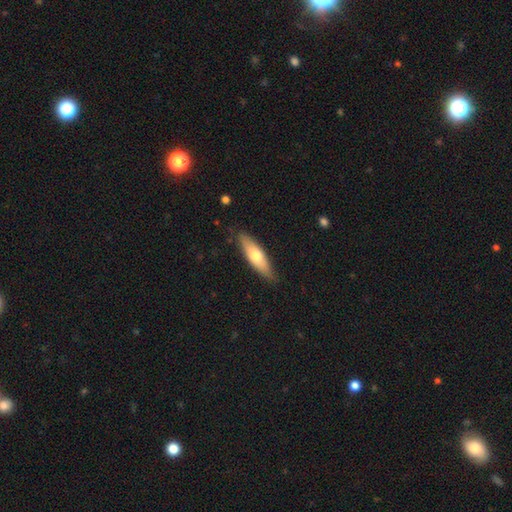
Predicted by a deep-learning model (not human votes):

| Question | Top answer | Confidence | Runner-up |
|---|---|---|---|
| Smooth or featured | smooth | 60% | featured or disk (35%) |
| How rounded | cigar-shaped | 56% | in between (42%) |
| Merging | none | 84% | minor disturbance (13%) |